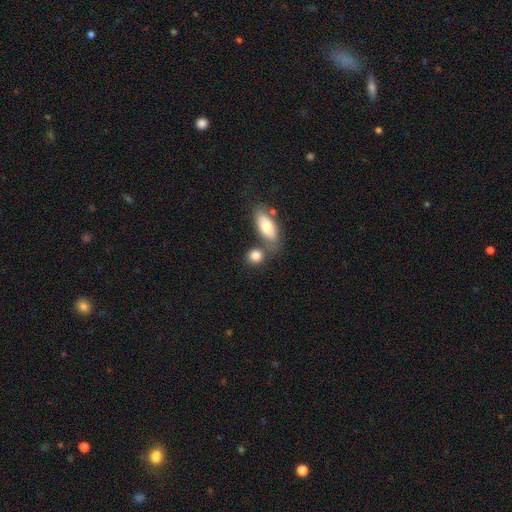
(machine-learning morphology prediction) This appears to be a smooth galaxy with no disk features (83%) that is round (61%). Merging: none (59%).